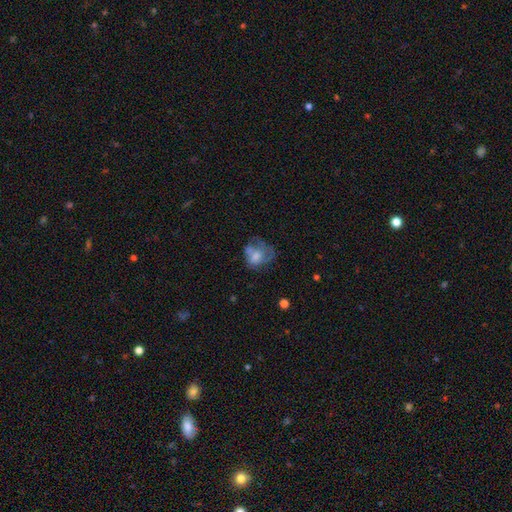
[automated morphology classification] type=smooth (49%); merging=major disturbance (33%).